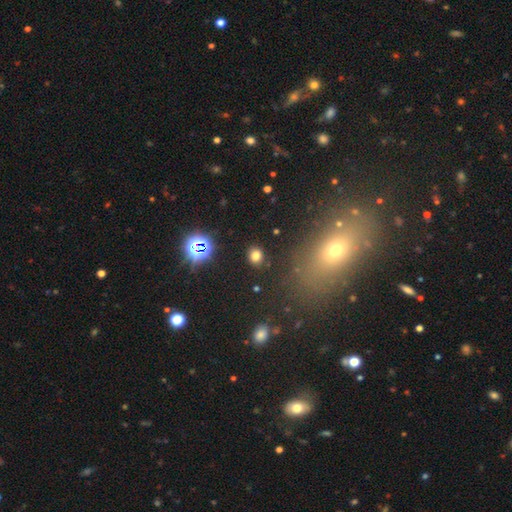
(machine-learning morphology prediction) Smooth or featured? smooth (75%)
How rounded? round (65%)
Merging? none (89%)